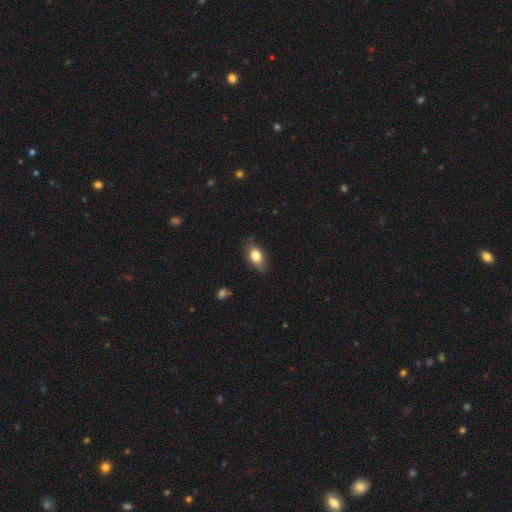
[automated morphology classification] type=smooth (79%); roundness=in between (84%); merging=none (76%).